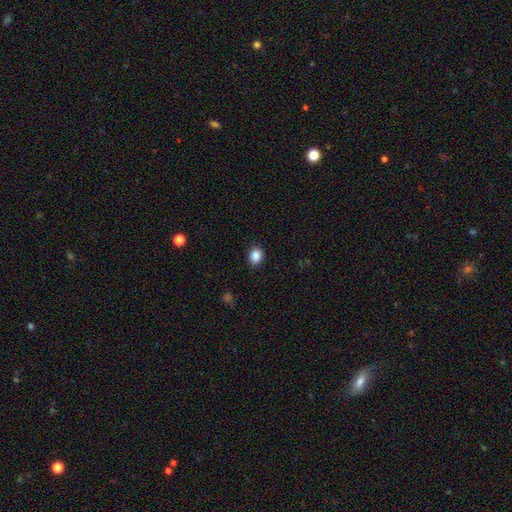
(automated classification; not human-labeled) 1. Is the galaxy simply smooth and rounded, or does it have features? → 87% smooth, 10% star or artifact, 3% featured or disk.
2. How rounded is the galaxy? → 58% round, 41% in between, 1% cigar-shaped.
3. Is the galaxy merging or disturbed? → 88% none, 9% minor disturbance, 2% major disturbance, 1% merger.